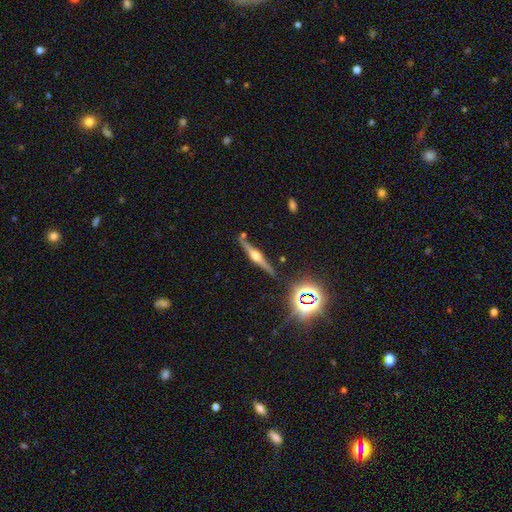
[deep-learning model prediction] Q: Smooth or featured?
A: featured or disk (78%); runner-up: smooth (12%)
Q: Edge-on disk?
A: yes (98%); runner-up: no (2%)
Q: Edge-on bulge?
A: rounded (94%); runner-up: boxy (4%)
Q: Merging?
A: none (85%); runner-up: minor disturbance (9%)